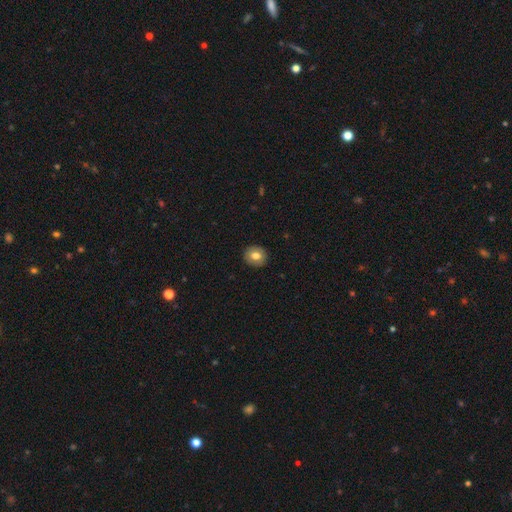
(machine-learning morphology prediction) Smooth or featured?
  - smooth: 75% *
  - featured or disk: 17%
  - star or artifact: 8%
How rounded?
  - round: 78% *
  - in between: 21%
  - cigar-shaped: 1%
Merging?
  - none: 90% *
  - minor disturbance: 7%
  - major disturbance: 2%
  - merger: 1%